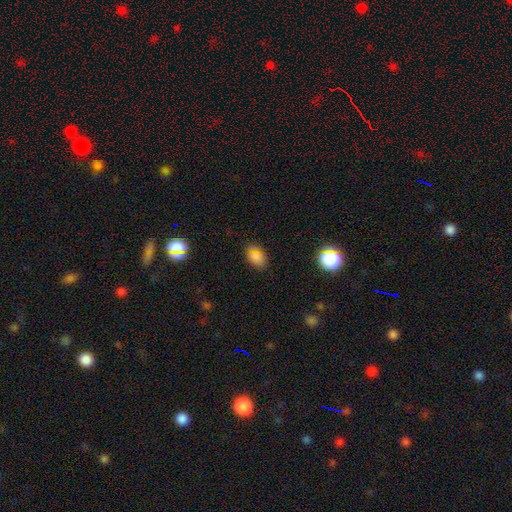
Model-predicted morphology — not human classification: Smooth or featured? smooth (73%)
How rounded? in between (86%)
Merging? none (81%)